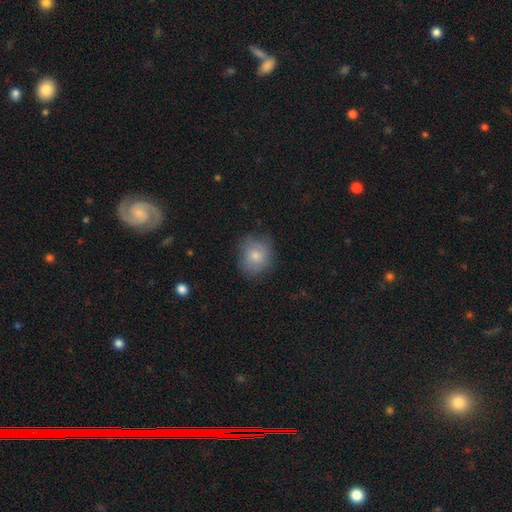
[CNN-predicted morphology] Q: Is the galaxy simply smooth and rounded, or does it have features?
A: smooth — 77%.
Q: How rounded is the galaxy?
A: round — 75%.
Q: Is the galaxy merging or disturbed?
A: none — 71%.